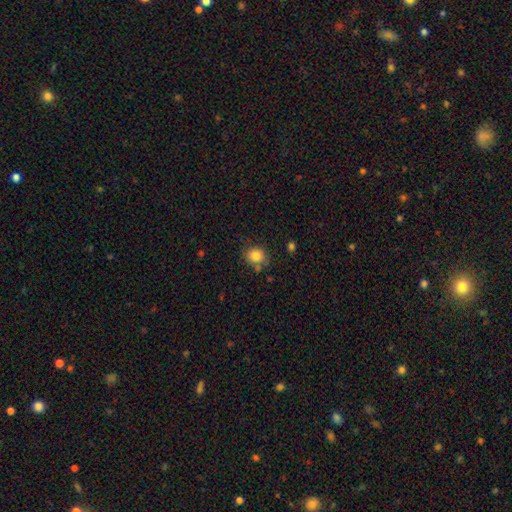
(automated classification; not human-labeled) This is clearly a smooth galaxy (84%). How rounded: likely round (67%). Merging: likely none (73%).